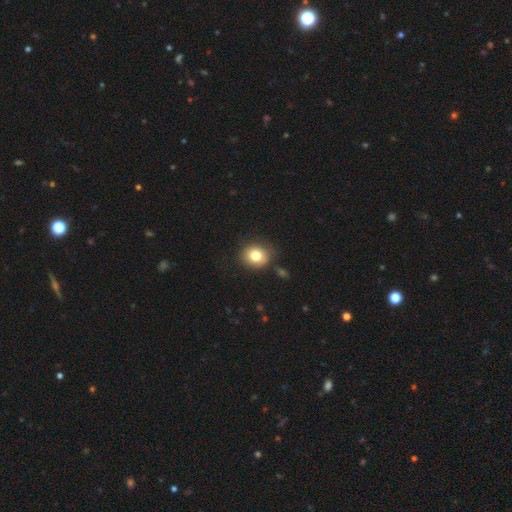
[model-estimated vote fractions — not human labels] Smooth or featured? Predicted: smooth (p=0.79). How rounded? Predicted: round (p=0.72). Merging? Predicted: none (p=0.82).